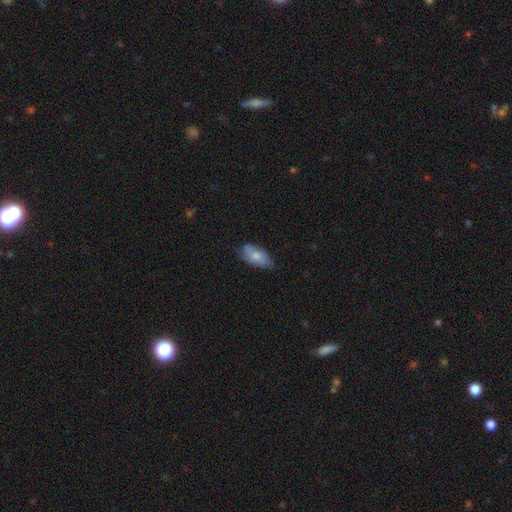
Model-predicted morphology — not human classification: type=smooth (66%); roundness=in between (89%); merging=none (61%).